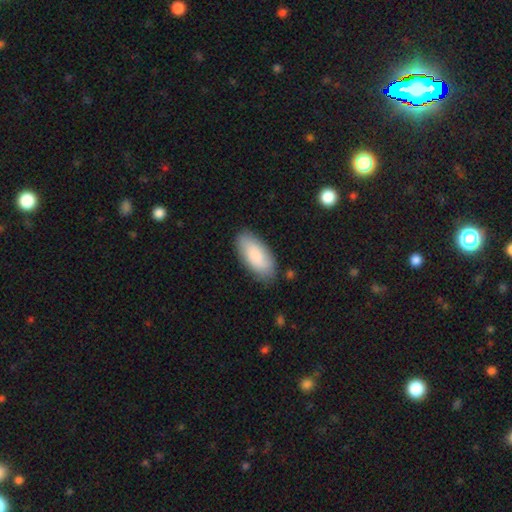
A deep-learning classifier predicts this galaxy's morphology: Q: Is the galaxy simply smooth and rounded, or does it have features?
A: smooth — 85%.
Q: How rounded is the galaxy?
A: in between — 90%.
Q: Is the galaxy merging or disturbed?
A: none — 81%.